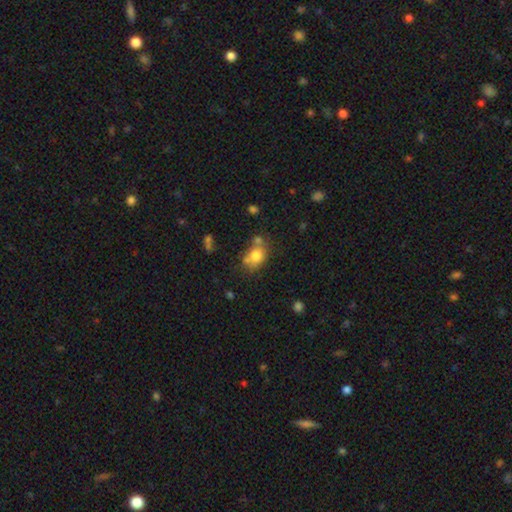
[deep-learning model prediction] smooth_or_featured: smooth (p=0.77) [alt: featured or disk p=0.13]
how_rounded: in between (p=0.62) [alt: round p=0.37]
merging: none (p=0.53) [alt: merger p=0.22]